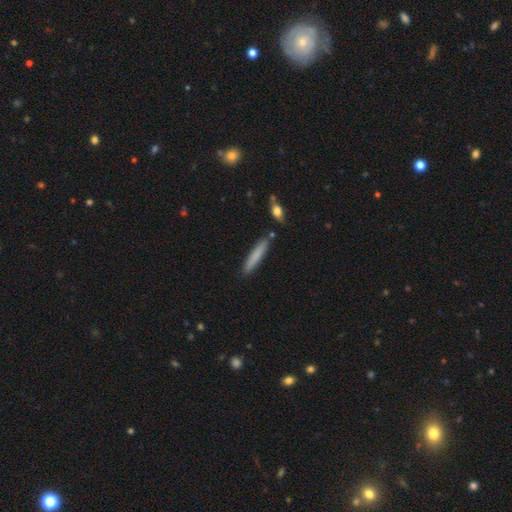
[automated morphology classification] smooth 77%, featured or disk 17%, star or artifact 6%. Down the decision tree: how rounded — cigar-shaped (93%); merging — none (86%).